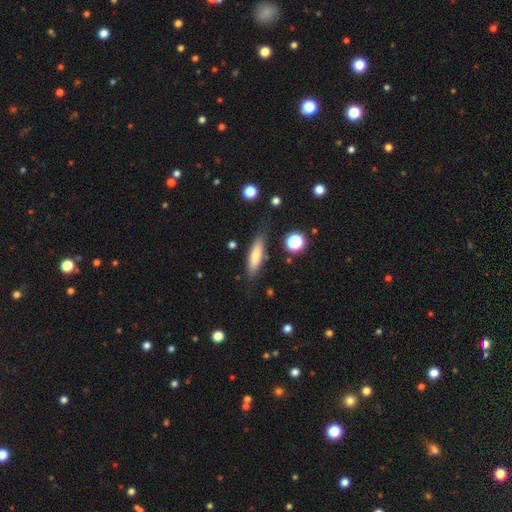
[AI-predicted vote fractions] Morphology: type=smooth (78%); roundness=cigar-shaped (65%); merging=none (79%).